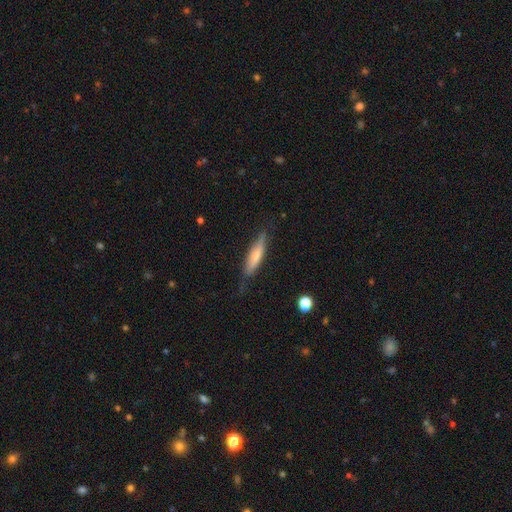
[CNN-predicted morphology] This is possibly a smooth galaxy (57%). How rounded: likely cigar-shaped (75%). Merging: likely none (69%).